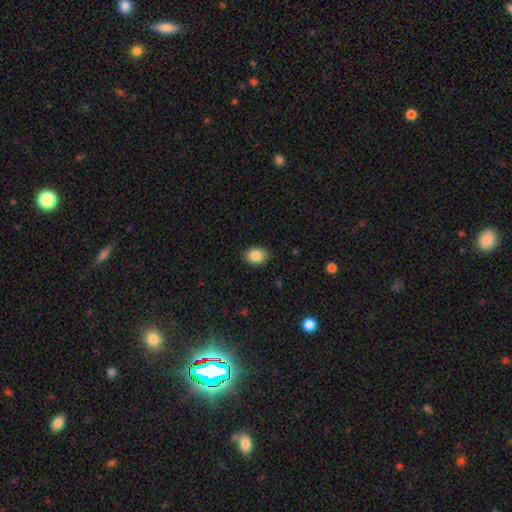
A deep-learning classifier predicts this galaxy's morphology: A smooth galaxy with no disk features (85%) that is in between round and cigar-shaped (66%). Merging: none (88%).